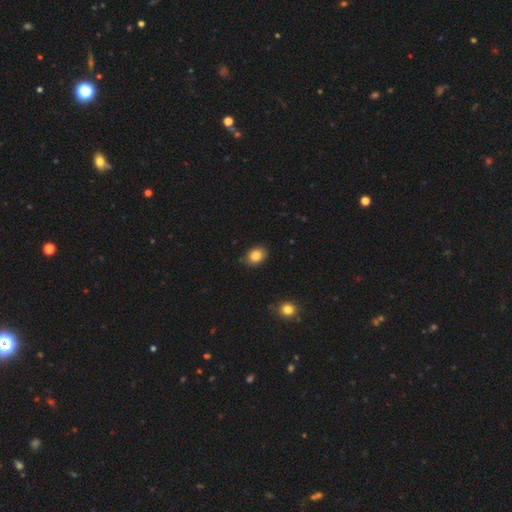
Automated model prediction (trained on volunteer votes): This is clearly a smooth galaxy (85%). How rounded: likely in between (69%). Merging: clearly none (84%).